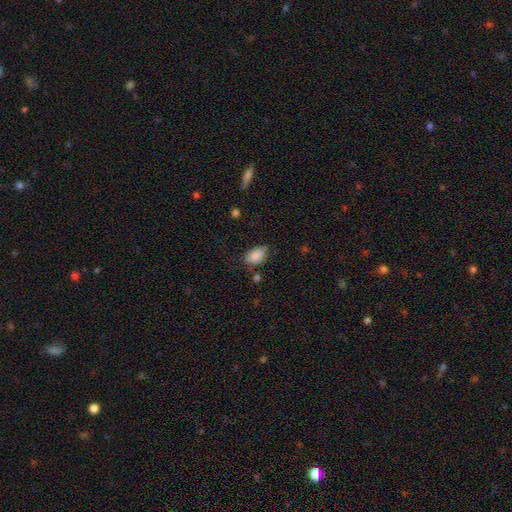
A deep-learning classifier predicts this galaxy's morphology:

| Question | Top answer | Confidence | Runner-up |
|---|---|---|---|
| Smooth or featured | smooth | 86% | star or artifact (8%) |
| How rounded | in between | 88% | round (10%) |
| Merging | none | 56% | minor disturbance (32%) |